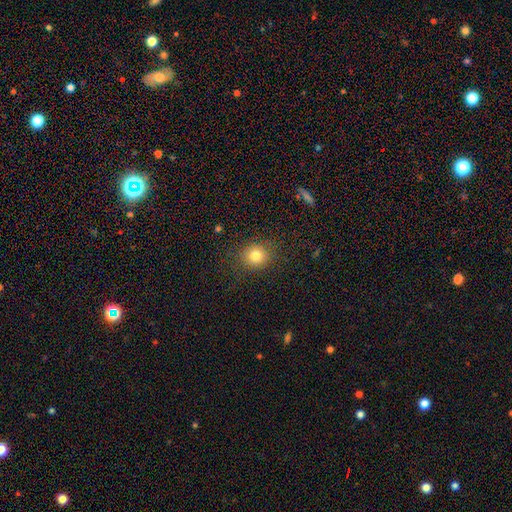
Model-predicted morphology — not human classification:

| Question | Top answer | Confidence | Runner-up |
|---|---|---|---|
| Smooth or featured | smooth | 81% | star or artifact (12%) |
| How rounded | round | 81% | in between (18%) |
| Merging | none | 86% | minor disturbance (9%) |